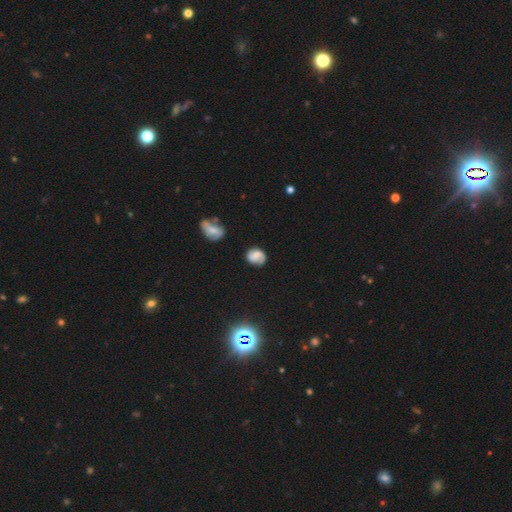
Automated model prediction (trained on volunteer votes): Q: Smooth or featured?
A: smooth (50%); runner-up: featured or disk (41%)
Q: Merging?
A: none (63%); runner-up: minor disturbance (25%)